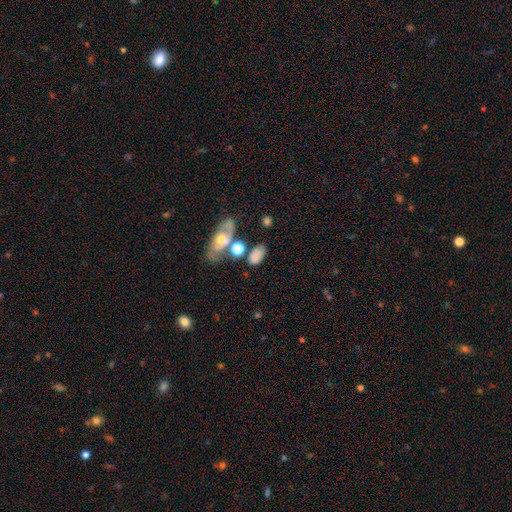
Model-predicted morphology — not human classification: This appears to be a smooth galaxy with no disk features (72%) that is in between round and cigar-shaped (84%). Merging: none (53%).